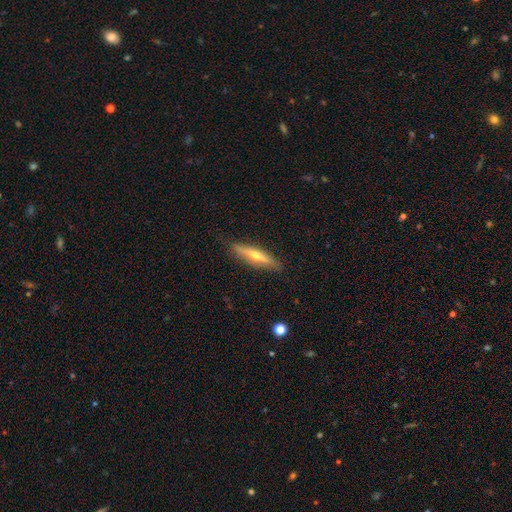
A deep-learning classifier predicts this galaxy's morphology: featured or disk 56%, smooth 38%, star or artifact 6%. Down the decision tree: edge-on disk — yes (91%); edge-on bulge — rounded (86%); merging — none (86%).